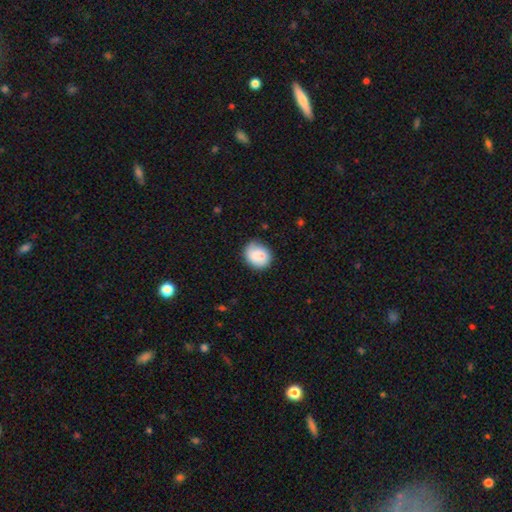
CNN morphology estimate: Smooth or featured? smooth (81%)
How rounded? round (70%)
Merging? none (75%)